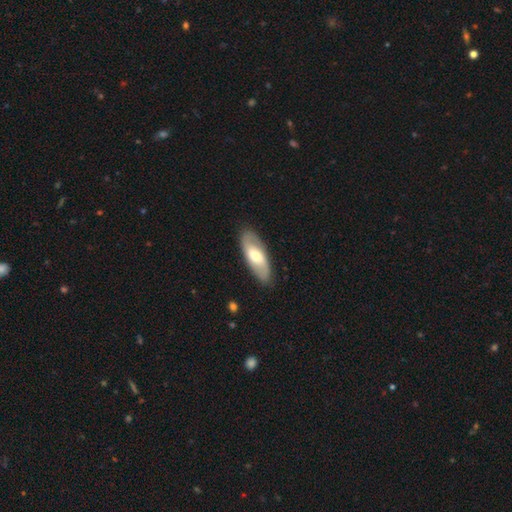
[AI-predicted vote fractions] smooth 50%, featured or disk 45%, star or artifact 5%. Down the decision tree: merging — none (85%).